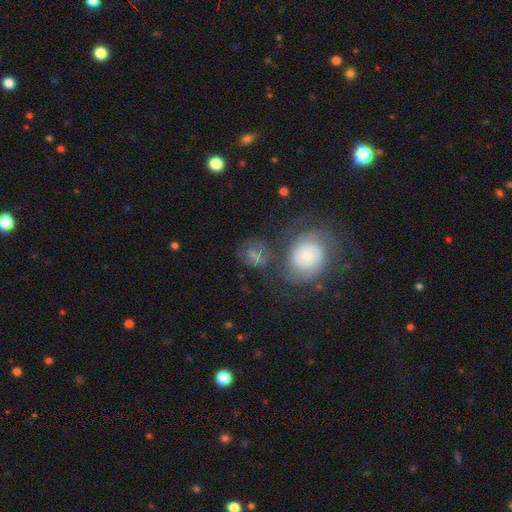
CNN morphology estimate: This is possibly a featured or disk galaxy (47%). Merging: possibly none (47%).